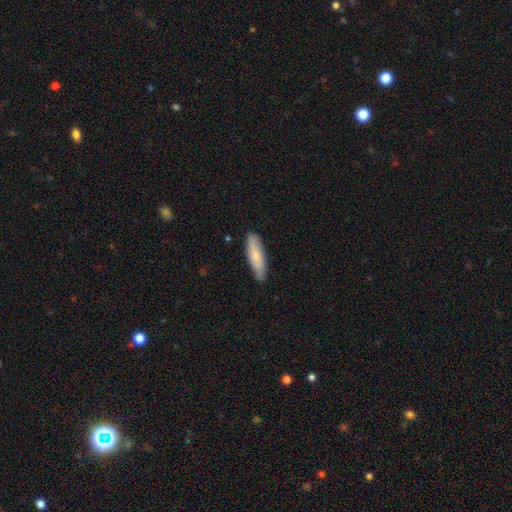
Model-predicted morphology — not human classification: The model was most divided on "how rounded": cigar-shaped: 55%, in between: 43%, round: 2%. More confident: merging — none (84%); smooth or featured — smooth (74%).